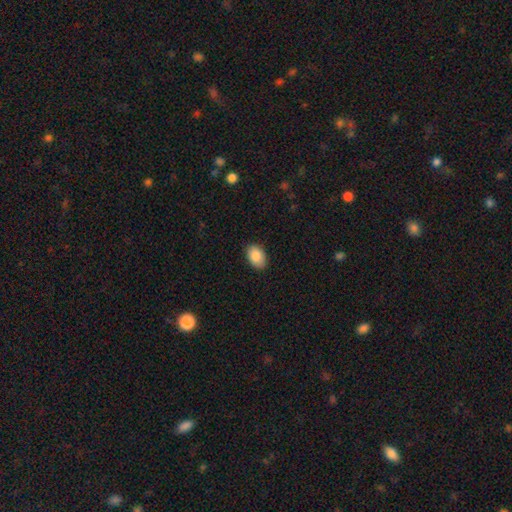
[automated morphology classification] A smooth galaxy with no disk features (88%) that is in between round and cigar-shaped (89%).

Vote fractions:
- Smooth or featured? smooth: 88% / star or artifact: 7% / featured or disk: 6%
- How rounded? in between: 89% / round: 10% / cigar-shaped: 1%
- Merging? none: 87% / minor disturbance: 10% / major disturbance: 2% / merger: 1%